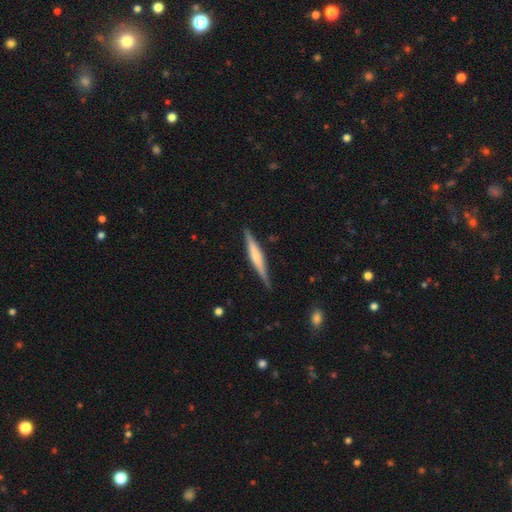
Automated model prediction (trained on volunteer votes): smooth_or_featured: featured or disk (p=0.62) [alt: smooth p=0.33]
disk_edge_on: yes (p=0.97) [alt: no p=0.03]
edge_on_bulge: rounded (p=0.49) [alt: none p=0.29]
merging: none (p=0.87) [alt: minor disturbance p=0.10]